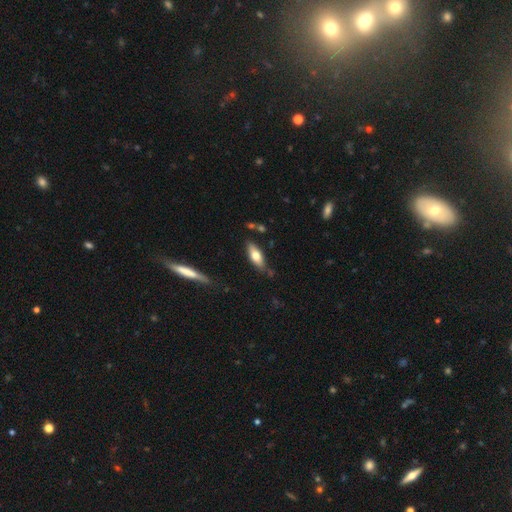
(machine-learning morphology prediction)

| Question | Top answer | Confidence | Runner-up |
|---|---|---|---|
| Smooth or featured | smooth | 68% | featured or disk (27%) |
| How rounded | in between | 67% | cigar-shaped (30%) |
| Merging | none | 76% | minor disturbance (16%) |